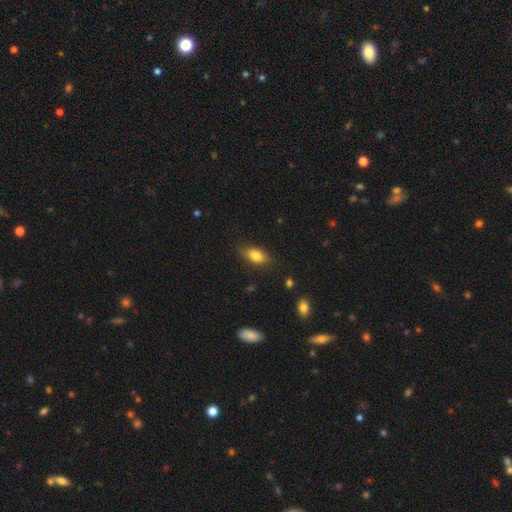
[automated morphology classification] Smooth or featured? smooth (76%)
How rounded? in between (82%)
Merging? none (79%)